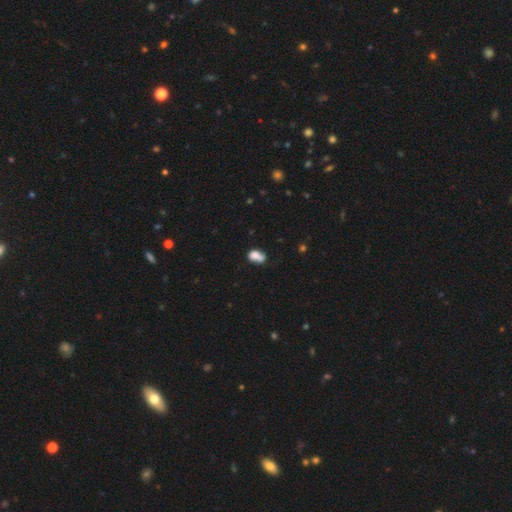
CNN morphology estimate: Overall: smooth (74%). How rounded: in between (71%). Merging: merger (40%; none 31%).